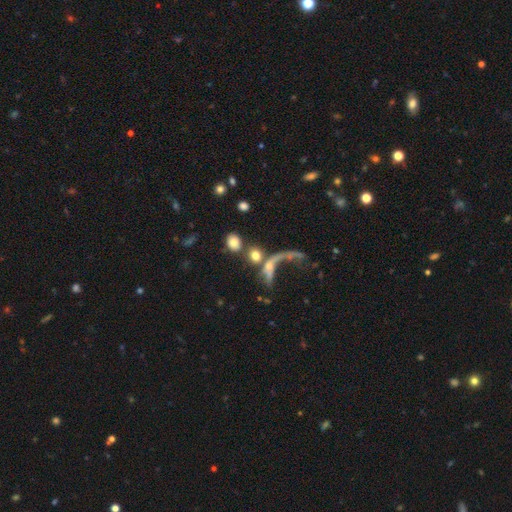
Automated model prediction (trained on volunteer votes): Smooth or featured: smooth — 50% (featured or disk — 36%)
Merging: merger — 39% (major disturbance — 29%)